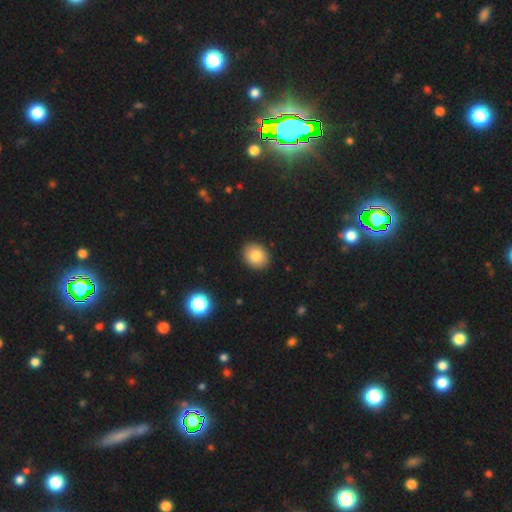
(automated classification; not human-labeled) Smooth or featured? Predicted: smooth (p=0.84). How rounded? Predicted: round (p=0.52). Merging? Predicted: none (p=0.90).